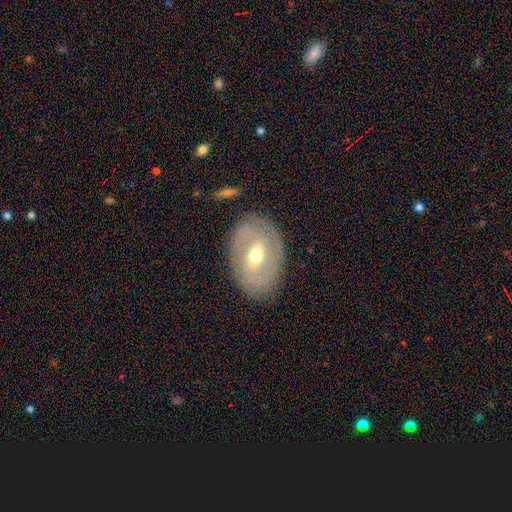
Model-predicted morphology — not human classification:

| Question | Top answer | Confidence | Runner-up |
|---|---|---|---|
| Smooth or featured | featured or disk | 67% | smooth (26%) |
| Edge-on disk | no | 90% | yes (10%) |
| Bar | weak | 47% | strong (32%) |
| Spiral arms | yes | 50% | tied: no (50%) |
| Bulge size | moderate | 60% | small (35%) |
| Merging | none | 81% | minor disturbance (12%) |